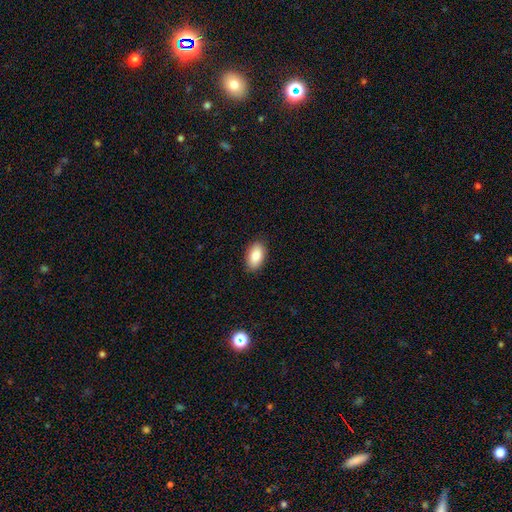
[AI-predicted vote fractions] The model was most divided on "smooth or featured": smooth: 85%, featured or disk: 8%, star or artifact: 7%. More confident: how rounded — in between (93%); merging — none (89%).